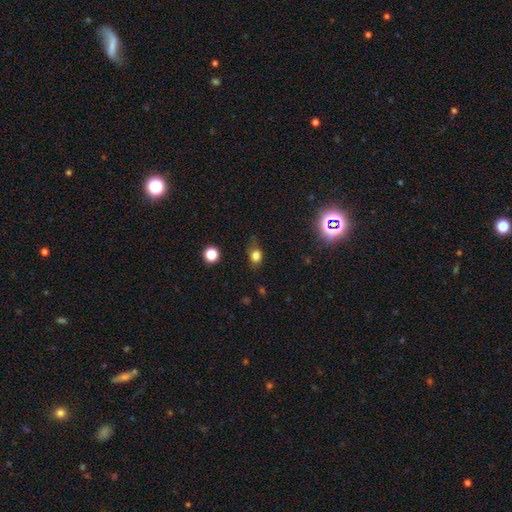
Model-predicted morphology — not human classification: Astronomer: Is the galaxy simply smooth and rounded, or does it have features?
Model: smooth — 78%.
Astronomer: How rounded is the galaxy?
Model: in between — 53% (runner-up: round, 45%).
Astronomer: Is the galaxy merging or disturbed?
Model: none — 64%.